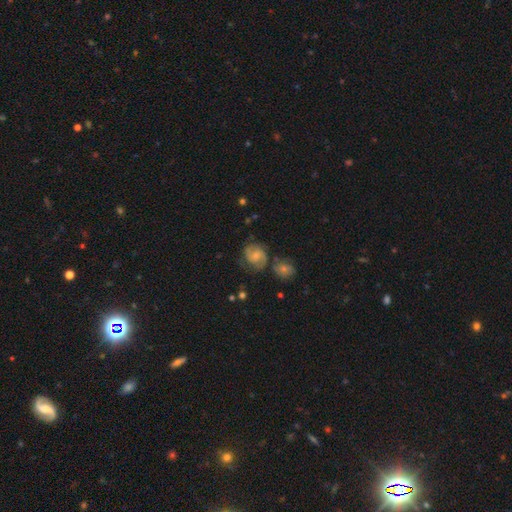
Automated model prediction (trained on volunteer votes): smooth_or_featured: featured or disk (p=0.68) [alt: smooth p=0.24]
disk_edge_on: no (p=0.98) [alt: yes p=0.02]
bar: no (p=0.49) [alt: weak p=0.43]
has_spiral_arms: yes (p=0.92) [alt: no p=0.08]
spiral_winding: medium (p=0.50) [alt: tight p=0.33]
spiral_arm_count: 2 (p=0.83) [alt: can't tell p=0.09]
bulge_size: moderate (p=0.43) [tied with: small p=0.43]
merging: none (p=0.64) [alt: minor disturbance p=0.19]